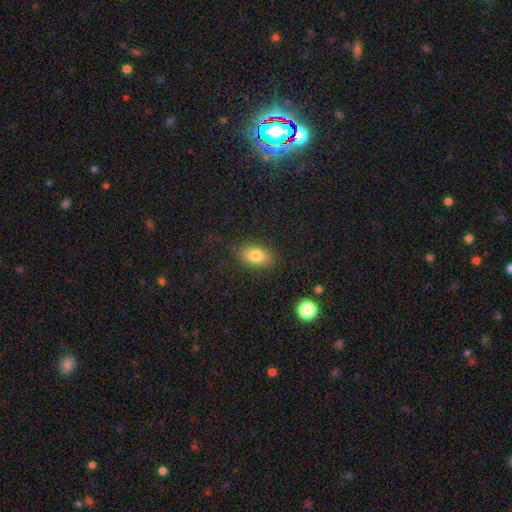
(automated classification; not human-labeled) smooth_or_featured: smooth (p=0.80) [alt: featured or disk p=0.10]
how_rounded: in between (p=0.86) [alt: round p=0.11]
merging: none (p=0.82) [alt: minor disturbance p=0.12]